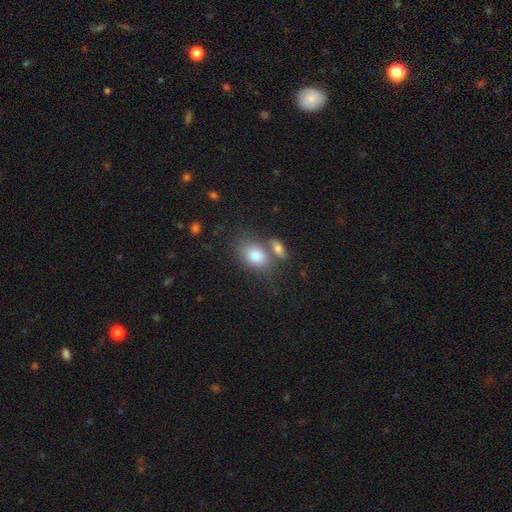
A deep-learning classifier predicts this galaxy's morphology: smooth 79%, featured or disk 13%, star or artifact 8%. Down the decision tree: how rounded — in between (79%); merging — none (50%).